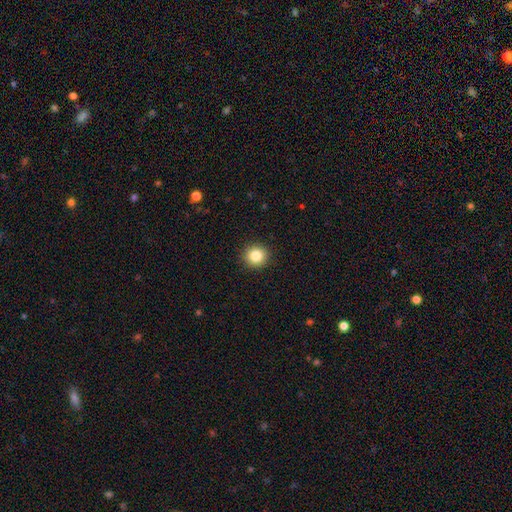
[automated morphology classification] Smooth or featured: smooth — 84% (star or artifact — 10%)
How rounded: round — 91% (in between — 8%)
Merging: none — 92% (minor disturbance — 5%)